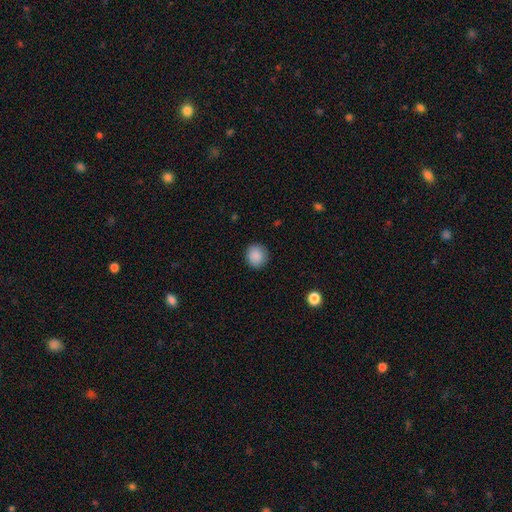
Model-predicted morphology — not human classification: Smooth or featured?
  - smooth: 89% *
  - star or artifact: 8%
  - featured or disk: 3%
How rounded?
  - round: 89% *
  - in between: 10%
  - cigar-shaped: 1%
Merging?
  - none: 90% *
  - minor disturbance: 7%
  - major disturbance: 2%
  - merger: 1%